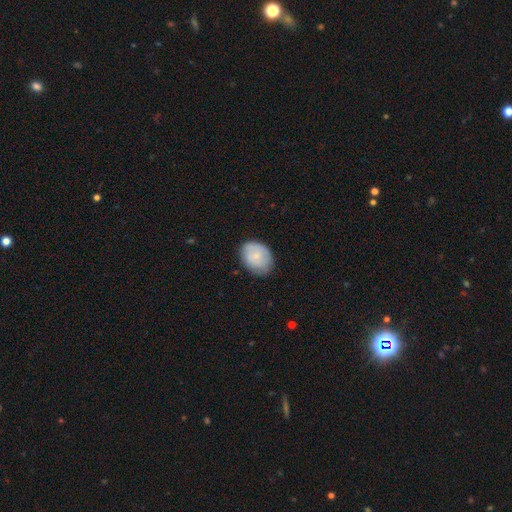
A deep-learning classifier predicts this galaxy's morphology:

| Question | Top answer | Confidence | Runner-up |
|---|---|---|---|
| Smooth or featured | smooth | 70% | featured or disk (23%) |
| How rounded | in between | 62% | round (37%) |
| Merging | none | 72% | minor disturbance (22%) |